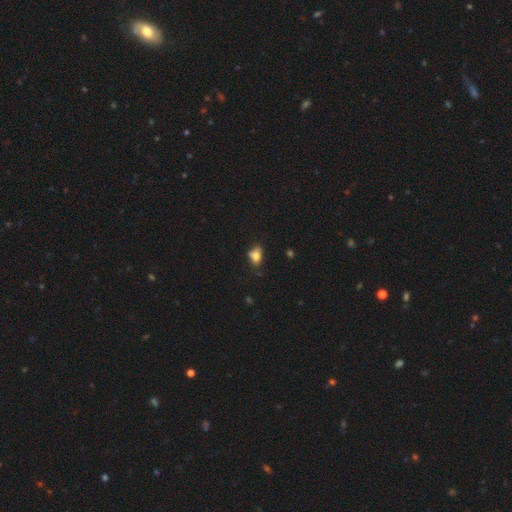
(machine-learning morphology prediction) smooth-or-featured: smooth: 74% | featured or disk: 14% | star or artifact: 12%
  how-rounded: in between: 73% | round: 24% | cigar-shaped: 3%
  merging: none: 45% | minor disturbance: 30% | merger: 13% | major disturbance: 12%